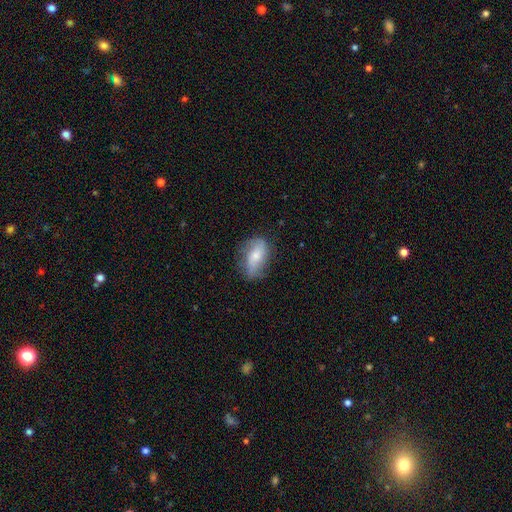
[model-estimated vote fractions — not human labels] smooth_or_featured: smooth (p=0.49) [alt: featured or disk p=0.44]
merging: none (p=0.63) [alt: minor disturbance p=0.26]